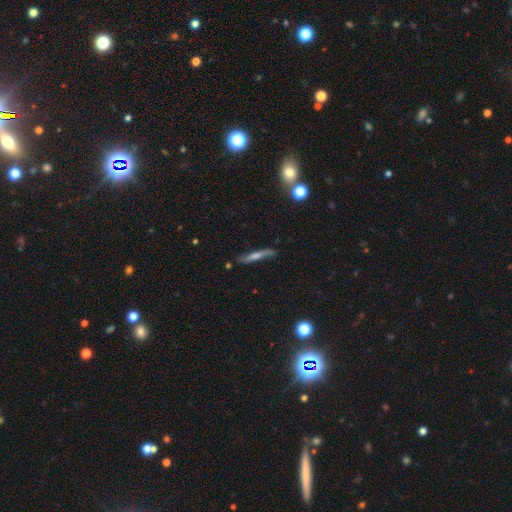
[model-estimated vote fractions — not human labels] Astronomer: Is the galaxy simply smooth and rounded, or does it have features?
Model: featured or disk — 54% (runner-up: smooth, 35%).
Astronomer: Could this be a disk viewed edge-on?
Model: yes — 89%.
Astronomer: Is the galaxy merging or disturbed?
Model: none — 83%.